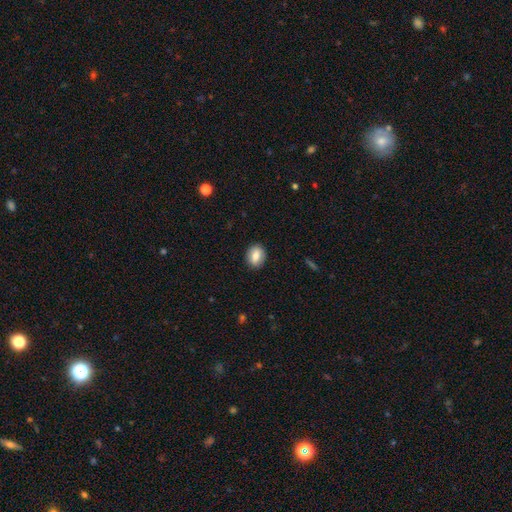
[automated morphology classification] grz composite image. It shows a smooth galaxy with no disk features (78%) that is in between round and cigar-shaped (59%). Merging: none (88%).